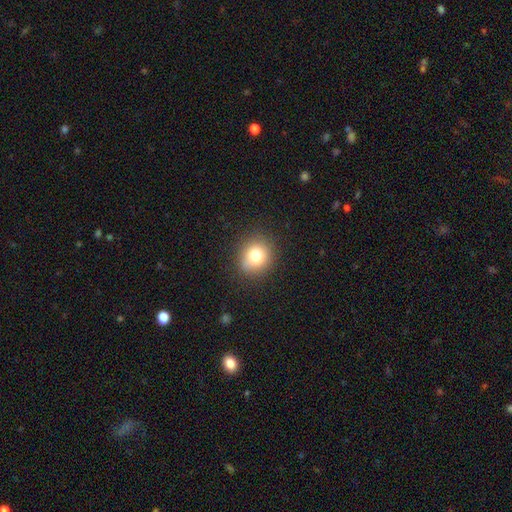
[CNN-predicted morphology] smooth_or_featured: smooth (p=0.77) [alt: star or artifact p=0.13]
how_rounded: round (p=0.81) [alt: in between p=0.18]
merging: none (p=0.86) [alt: minor disturbance p=0.10]